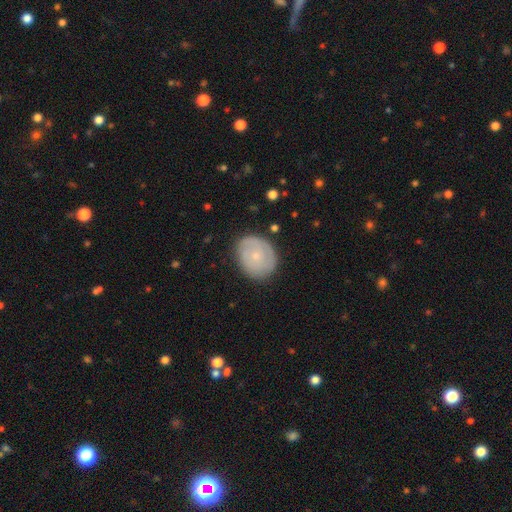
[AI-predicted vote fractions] A featured or disk galaxy (49%).

Vote fractions:
- Smooth or featured? featured or disk: 49% / smooth: 45% / star or artifact: 6%
- Merging? none: 78% / minor disturbance: 16% / major disturbance: 4% / merger: 1%